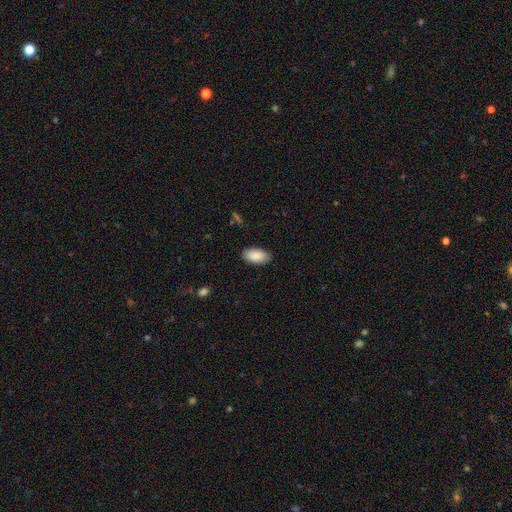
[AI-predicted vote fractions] Smooth or featured?
  - smooth: 90% *
  - star or artifact: 6%
  - featured or disk: 4%
How rounded?
  - in between: 95% *
  - cigar-shaped: 3%
  - round: 2%
Merging?
  - none: 88% *
  - minor disturbance: 9%
  - major disturbance: 2%
  - merger: 1%